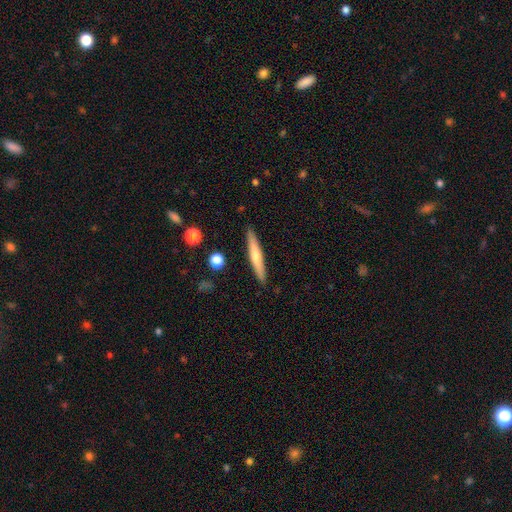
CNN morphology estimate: Smooth or featured? Predicted: smooth (p=0.52). How rounded? Predicted: cigar-shaped (p=0.93). Merging? Predicted: none (p=0.90).